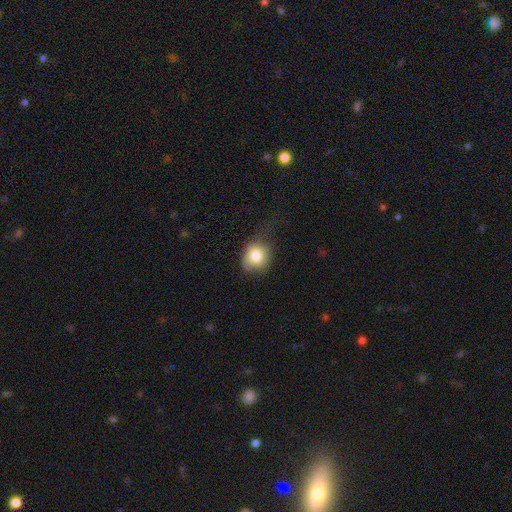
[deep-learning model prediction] Smooth or featured?
  - smooth: 80% *
  - featured or disk: 11%
  - star or artifact: 9%
How rounded?
  - round: 73% *
  - in between: 26%
  - cigar-shaped: 1%
Merging?
  - none: 46% *
  - minor disturbance: 35%
  - major disturbance: 17%
  - merger: 2%